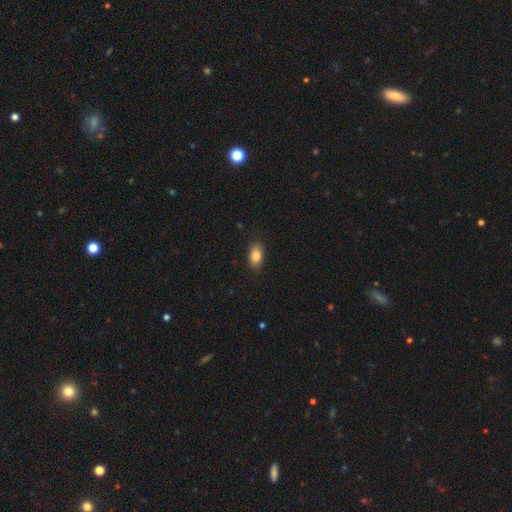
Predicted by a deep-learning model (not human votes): Q: Smooth or featured?
A: smooth (83%); runner-up: featured or disk (9%)
Q: How rounded?
A: in between (89%); runner-up: round (8%)
Q: Merging?
A: none (87%); runner-up: minor disturbance (10%)